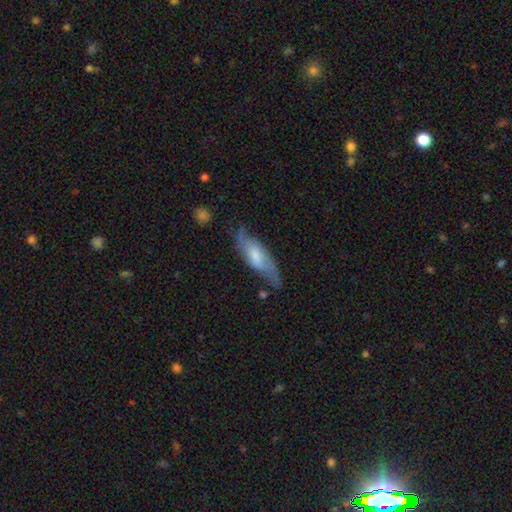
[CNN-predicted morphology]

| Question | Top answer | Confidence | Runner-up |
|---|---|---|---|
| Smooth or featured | featured or disk | 54% | smooth (40%) |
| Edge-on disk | no | 67% | yes (33%) |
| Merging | none | 64% | minor disturbance (24%) |